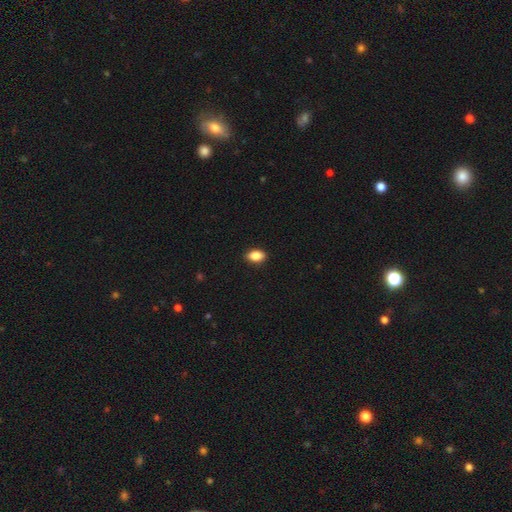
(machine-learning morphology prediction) Smooth or featured?
  - smooth: 87% *
  - star or artifact: 8%
  - featured or disk: 5%
How rounded?
  - in between: 88% *
  - round: 10%
  - cigar-shaped: 2%
Merging?
  - none: 89% *
  - minor disturbance: 8%
  - major disturbance: 2%
  - merger: 1%